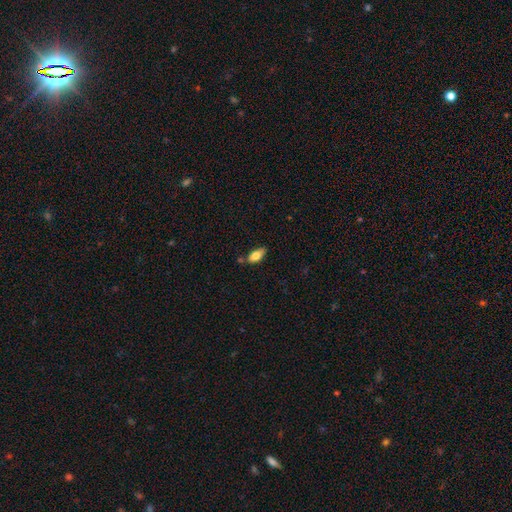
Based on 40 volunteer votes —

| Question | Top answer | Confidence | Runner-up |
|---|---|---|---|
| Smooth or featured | smooth | 78% | featured or disk (12%) |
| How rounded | in between | 84% | cigar-shaped (13%) |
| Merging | none | 72% | minor disturbance (19%) |